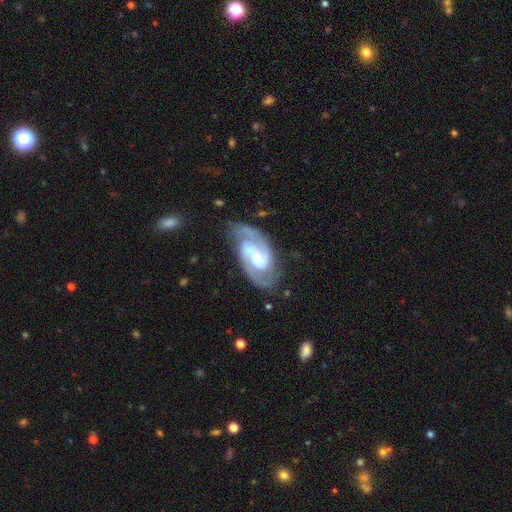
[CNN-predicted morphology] This is clearly a featured or disk galaxy (91%). It is clearly not viewed edge-on (97%). Bar: possibly weak (46%). Spiral arm pattern: clearly yes (98%). Spiral arm count: clearly 2 (91%). Spiral winding: possibly medium (53%). Central bulge: likely small (61%). Merging: likely none (78%).